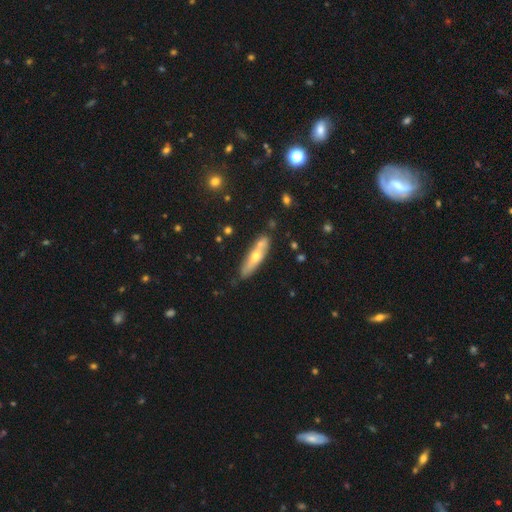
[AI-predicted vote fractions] Q: Smooth or featured?
A: smooth (49%); runner-up: featured or disk (44%)
Q: Merging?
A: none (69%); runner-up: minor disturbance (17%)